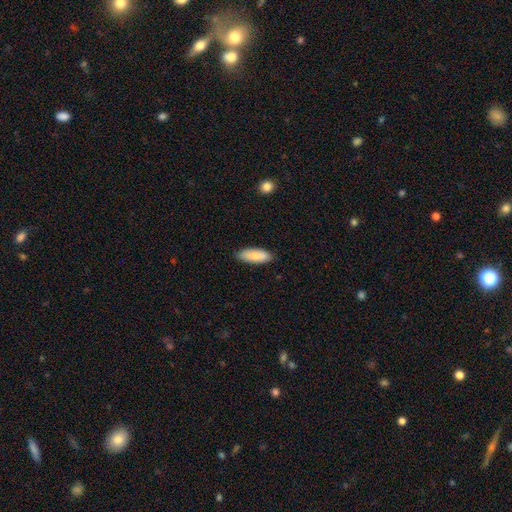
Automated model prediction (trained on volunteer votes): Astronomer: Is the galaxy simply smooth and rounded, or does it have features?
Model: smooth — 82%.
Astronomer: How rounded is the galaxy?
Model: in between — 77%.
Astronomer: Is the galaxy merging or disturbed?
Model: none — 84%.